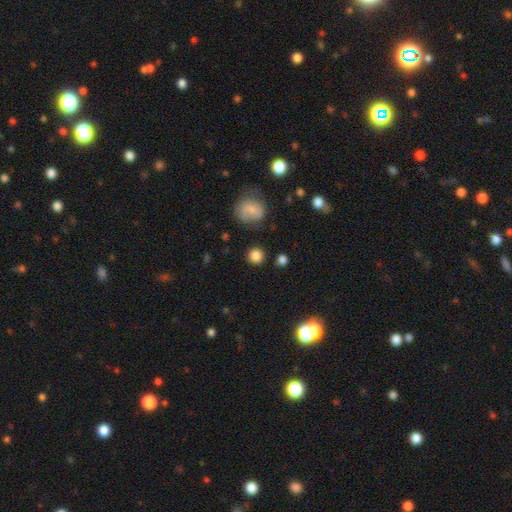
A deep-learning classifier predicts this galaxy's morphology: smooth-or-featured: smooth: 84% | star or artifact: 11% | featured or disk: 6%
  how-rounded: round: 93% | in between: 6% | cigar-shaped: 1%
  merging: none: 86% | minor disturbance: 8% | major disturbance: 3% | merger: 3%